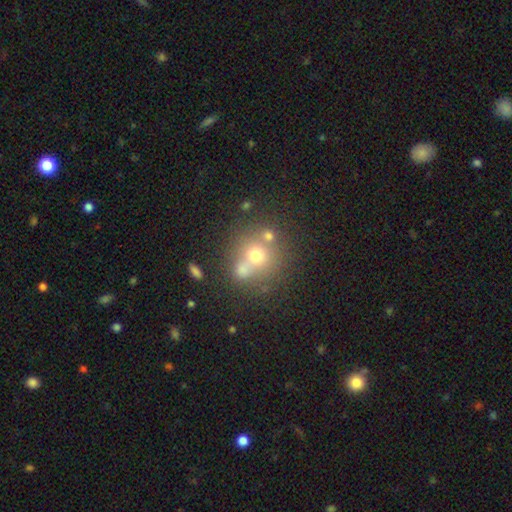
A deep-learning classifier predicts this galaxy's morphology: A smooth galaxy with no disk features (61%) that is round (84%).

Vote fractions:
- Smooth or featured? smooth: 61% / featured or disk: 23% / star or artifact: 16%
- How rounded? round: 84% / in between: 15% / cigar-shaped: 1%
- Merging? none: 50% / merger: 35% / minor disturbance: 10% / major disturbance: 5%